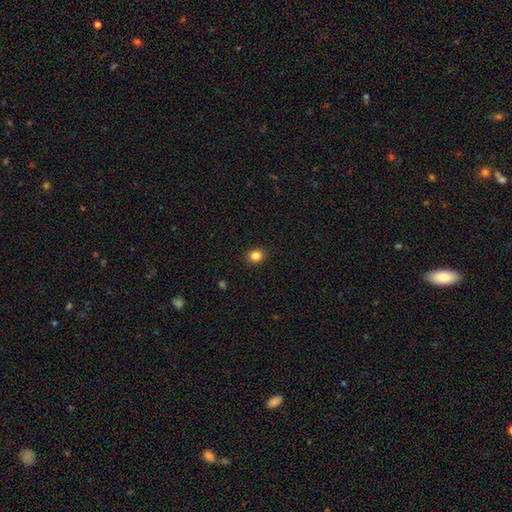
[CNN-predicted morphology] Smooth or featured? smooth (84%)
How rounded? round (80%)
Merging? none (91%)